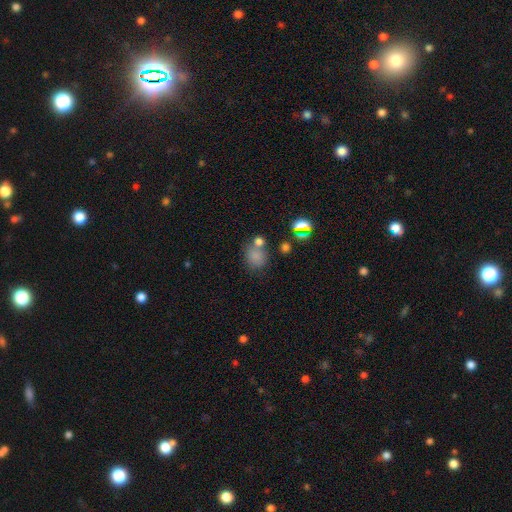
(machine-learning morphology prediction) This is likely a smooth galaxy (74%). How rounded: likely round (67%). Merging: possibly none (56%).